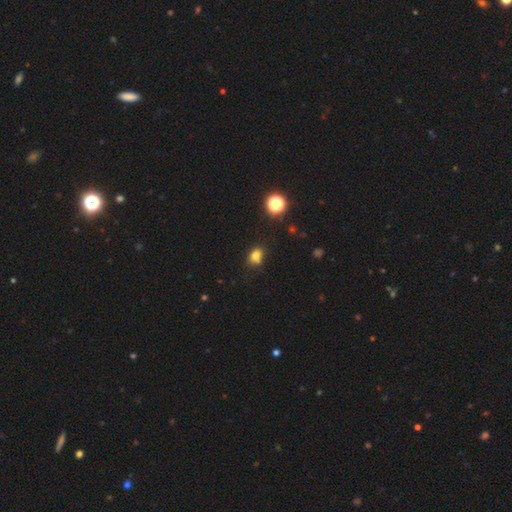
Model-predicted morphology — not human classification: smooth_or_featured: smooth (p=0.76) [alt: star or artifact p=0.16]
how_rounded: round (p=0.55) [alt: in between p=0.44]
merging: none (p=0.61) [alt: minor disturbance p=0.18]